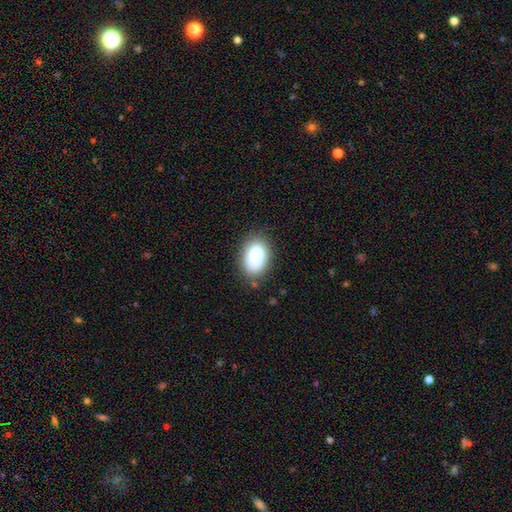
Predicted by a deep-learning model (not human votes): Overall: smooth (78%). How rounded: in between (80%). Merging: none (77%).